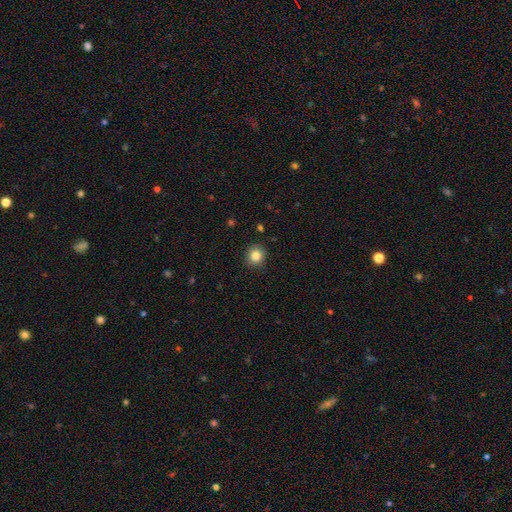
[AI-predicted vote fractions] Smooth or featured?
  - smooth: 84% *
  - star or artifact: 10%
  - featured or disk: 6%
How rounded?
  - round: 85% *
  - in between: 14%
  - cigar-shaped: 1%
Merging?
  - none: 89% *
  - minor disturbance: 8%
  - major disturbance: 2%
  - merger: 1%